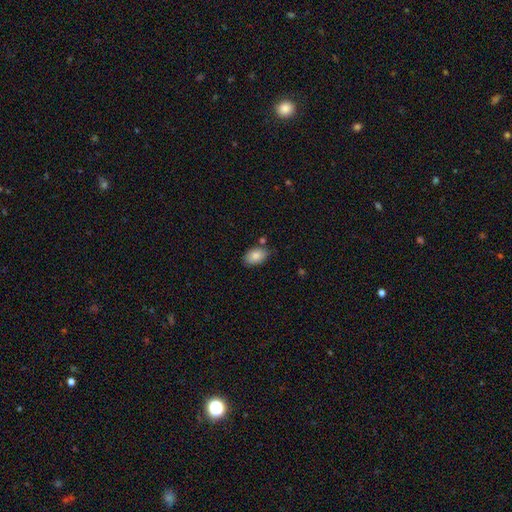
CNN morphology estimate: smooth 84%, featured or disk 8%, star or artifact 7%. Down the decision tree: how rounded — in between (90%); merging — none (71%).